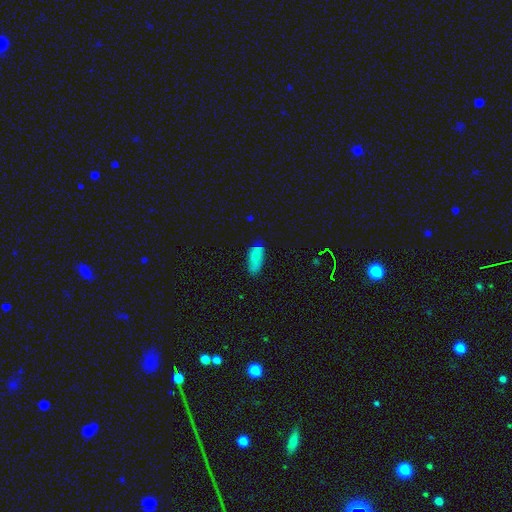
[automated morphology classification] Overall: smooth (78%). How rounded: in between (85%). Merging: none (54%; minor disturbance 33%).